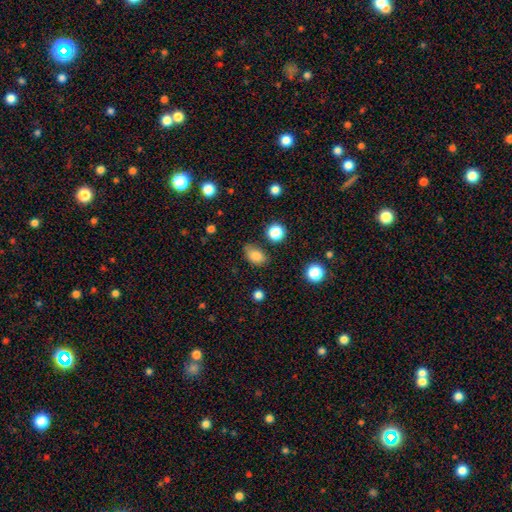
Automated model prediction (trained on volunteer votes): This is clearly a smooth galaxy (83%). How rounded: clearly in between (83%). Merging: likely none (69%).